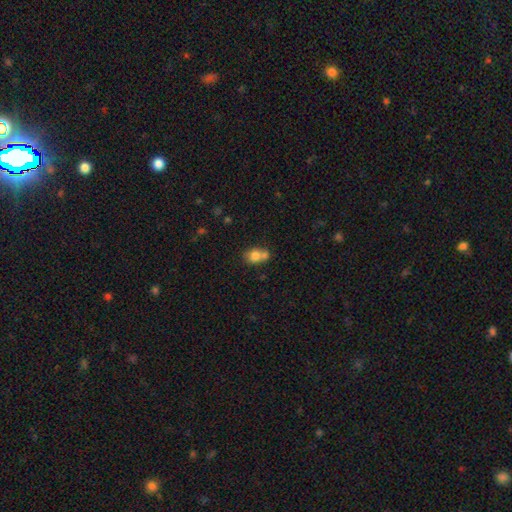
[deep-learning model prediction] This appears to be a smooth galaxy with no disk features (77%) that is round (51%). Merging: merger (50%).